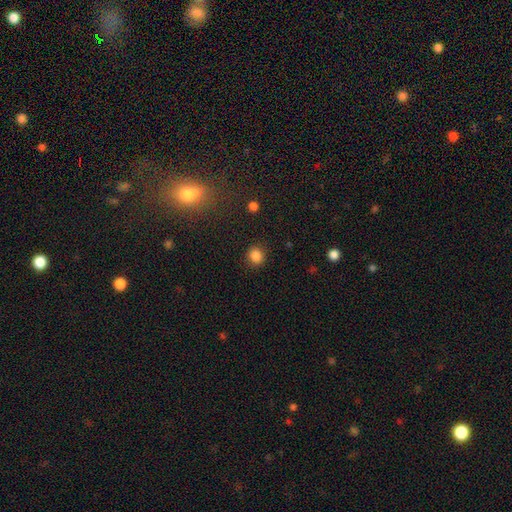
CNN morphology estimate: This appears to be a smooth galaxy with no disk features (85%) that is round (84%). Merging: none (89%).